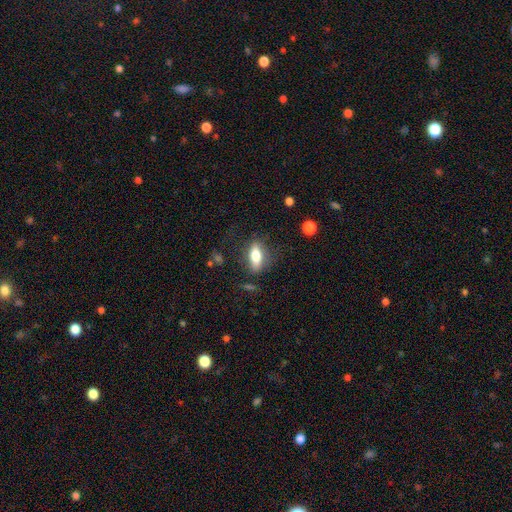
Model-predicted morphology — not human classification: Smooth or featured?
  - smooth: 72% *
  - featured or disk: 21%
  - star or artifact: 8%
How rounded?
  - in between: 74% *
  - cigar-shaped: 22%
  - round: 4%
Merging?
  - none: 73% *
  - minor disturbance: 17%
  - major disturbance: 8%
  - merger: 2%